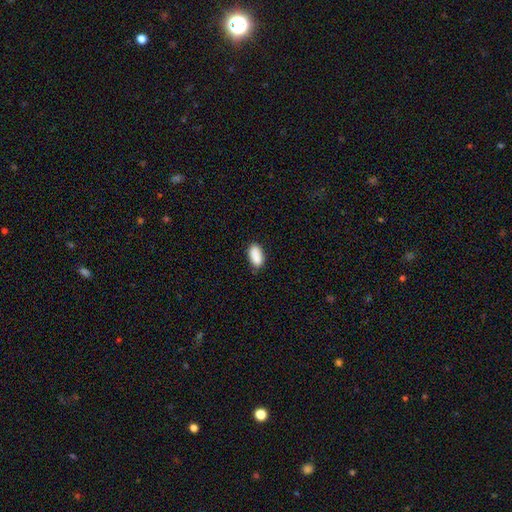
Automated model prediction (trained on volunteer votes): This appears to be a smooth galaxy with no disk features (88%) that is in between round and cigar-shaped (92%). Merging: none (75%).